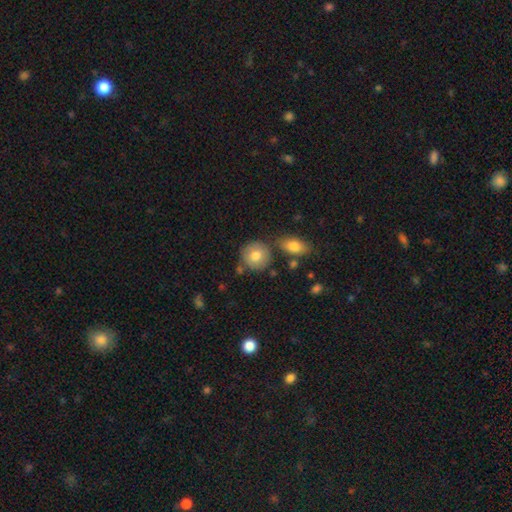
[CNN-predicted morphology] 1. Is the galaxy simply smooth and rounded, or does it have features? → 78% smooth, 15% featured or disk, 7% star or artifact.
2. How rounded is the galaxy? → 89% round, 9% in between, 1% cigar-shaped.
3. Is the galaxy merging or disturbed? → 74% none, 12% minor disturbance, 11% merger, 3% major disturbance.